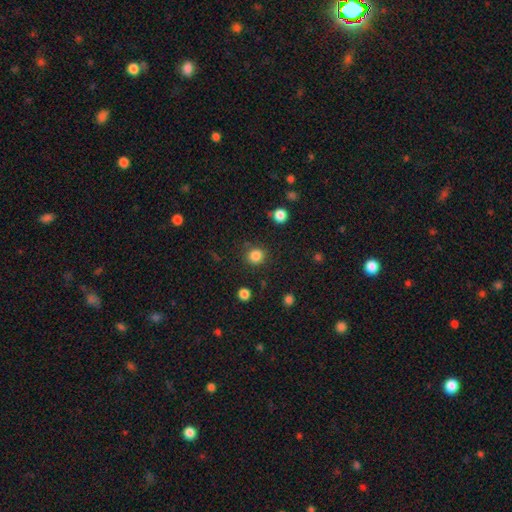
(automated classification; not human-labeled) Smooth or featured? smooth (84%)
How rounded? round (88%)
Merging? none (86%)